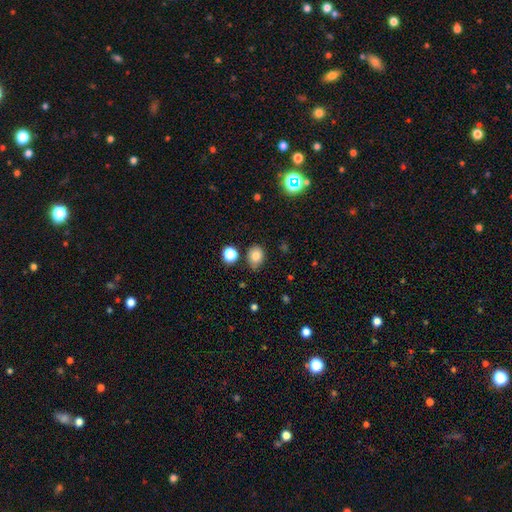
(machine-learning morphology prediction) smooth-or-featured: smooth: 81% | star or artifact: 12% | featured or disk: 7%
  how-rounded: round: 52% | in between: 47% | cigar-shaped: 1%
  merging: none: 71% | minor disturbance: 19% | merger: 5% | major disturbance: 4%